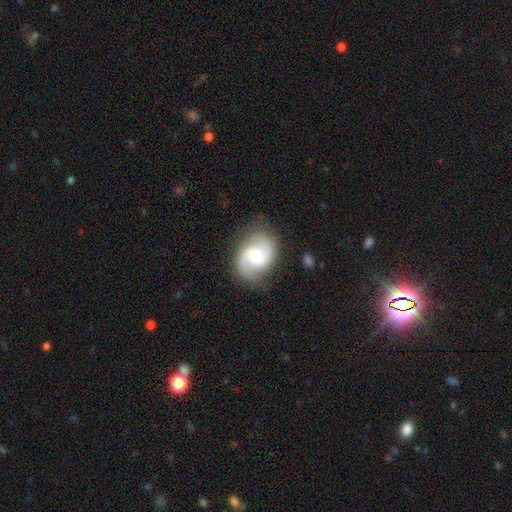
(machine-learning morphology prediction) Overall: featured or disk (83%). Edge-on disk: no (98%). Bar: no (46%, tied with weak). Spiral arms: yes (97%). Spiral arm count: 2 (92%). Spiral winding: medium (54%; loose 27%). Bulge size: moderate (60%; small 28%). Merging: none (81%).